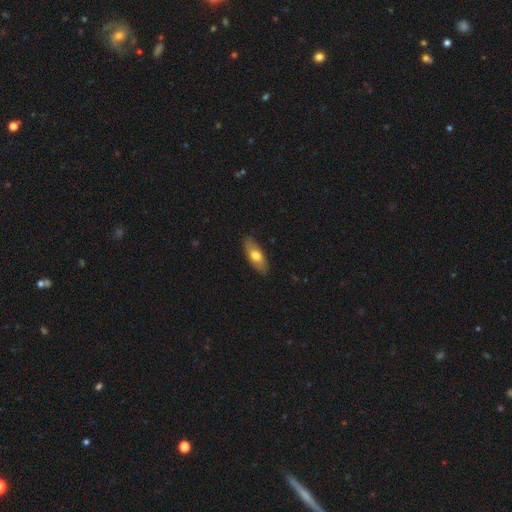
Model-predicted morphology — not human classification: A smooth galaxy with no disk features (70%) that is in between round and cigar-shaped (79%). Merging: none (84%).